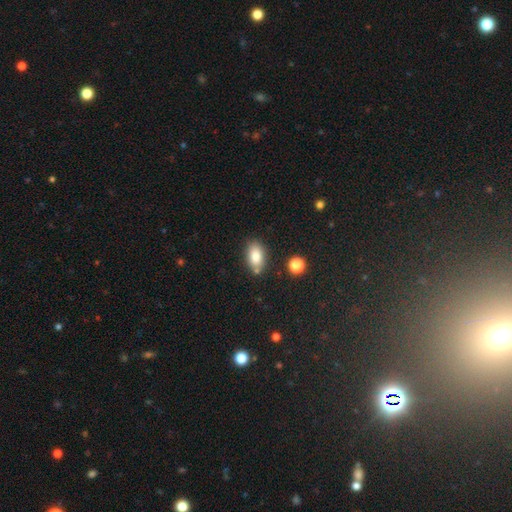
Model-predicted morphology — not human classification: type=smooth (83%); roundness=in between (89%); merging=none (75%).